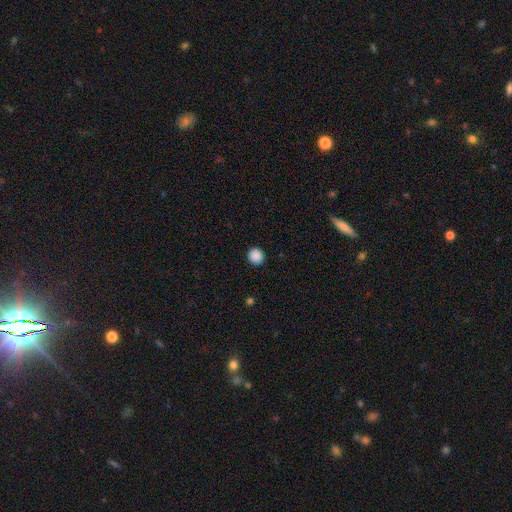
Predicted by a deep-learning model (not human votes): smooth_or_featured: smooth (p=0.89) [alt: star or artifact p=0.09]
how_rounded: round (p=0.92) [alt: in between p=0.07]
merging: none (p=0.93) [alt: minor disturbance p=0.05]